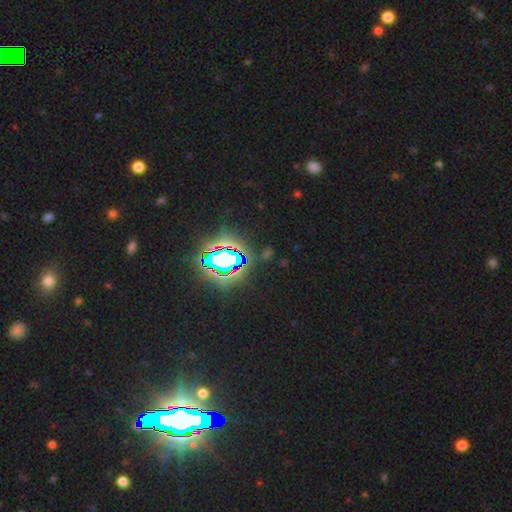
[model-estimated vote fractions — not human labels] smooth_or_featured: star or artifact (p=0.84) [alt: smooth p=0.09]